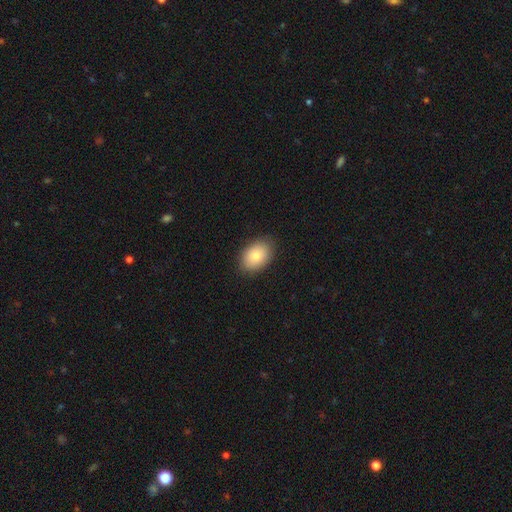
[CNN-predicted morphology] This appears to be a smooth galaxy with no disk features (82%) that is in between round and cigar-shaped (83%). Merging: none (86%).